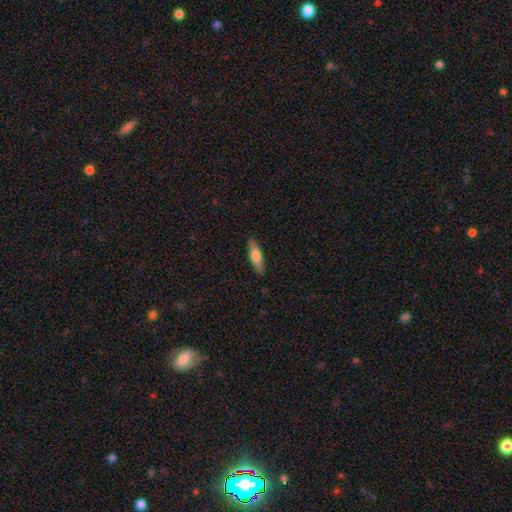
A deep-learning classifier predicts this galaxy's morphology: This is likely a smooth galaxy (62%). How rounded: likely cigar-shaped (60%). Merging: clearly none (88%).